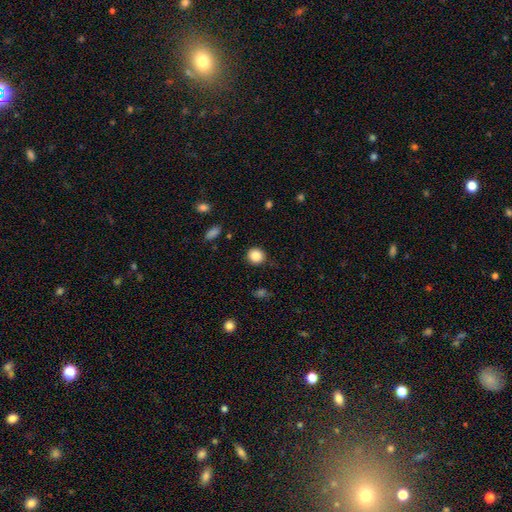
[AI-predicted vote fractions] A smooth galaxy with no disk features (85%) that is round (89%). Merging: none (89%).